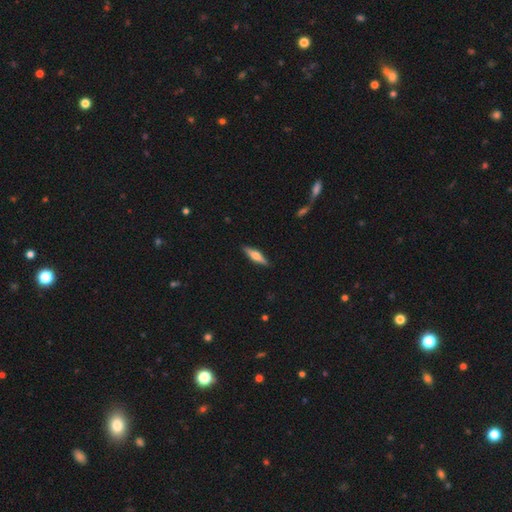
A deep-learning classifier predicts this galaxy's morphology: The model was most divided on "smooth or featured": featured or disk: 54%, smooth: 41%, star or artifact: 6%. More confident: edge-on disk — yes (95%); edge-on bulge — rounded (90%); merging — none (90%).